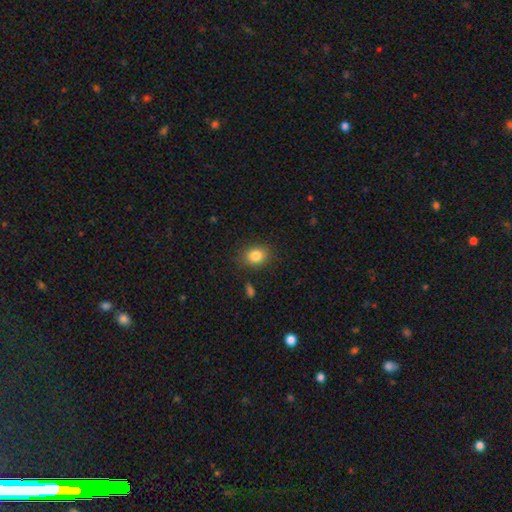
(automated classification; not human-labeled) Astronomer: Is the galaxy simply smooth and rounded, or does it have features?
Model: smooth — 84%.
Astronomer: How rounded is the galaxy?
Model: in between — 54% (runner-up: round, 45%).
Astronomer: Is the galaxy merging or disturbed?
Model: none — 84%.